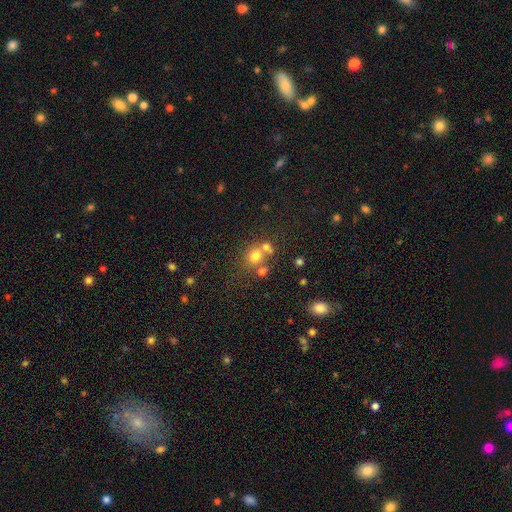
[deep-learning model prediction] Q: Smooth or featured?
A: smooth (71%); runner-up: star or artifact (17%)
Q: How rounded?
A: round (78%); runner-up: in between (21%)
Q: Merging?
A: none (48%); runner-up: merger (39%)